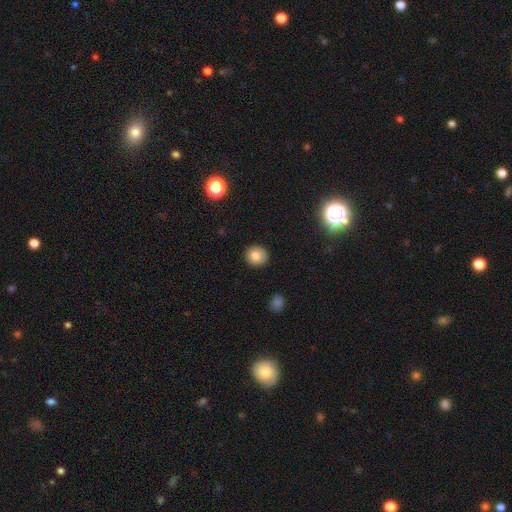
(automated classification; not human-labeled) Smooth or featured: smooth — 82% (star or artifact — 10%)
How rounded: round — 85% (in between — 14%)
Merging: none — 89% (minor disturbance — 8%)